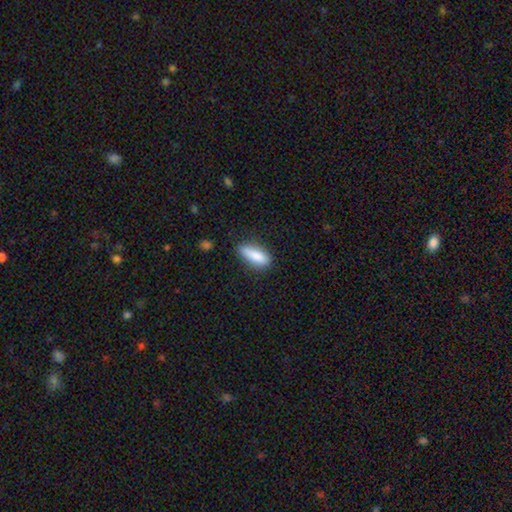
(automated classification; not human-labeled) smooth-or-featured: smooth: 82% | featured or disk: 12% | star or artifact: 6%
  how-rounded: in between: 55% | cigar-shaped: 43% | round: 2%
  merging: none: 78% | minor disturbance: 17% | major disturbance: 4% | merger: 2%